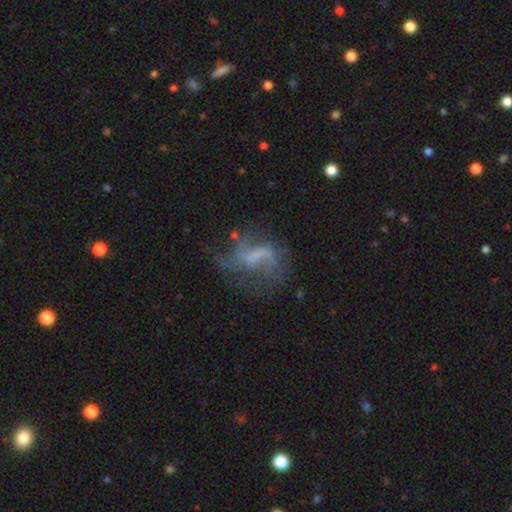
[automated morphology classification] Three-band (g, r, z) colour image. It shows a featured or disk galaxy (67%) with a weak bar (40%), spiral arms (69%) and no central bulge (59%). Merging: none (42%).